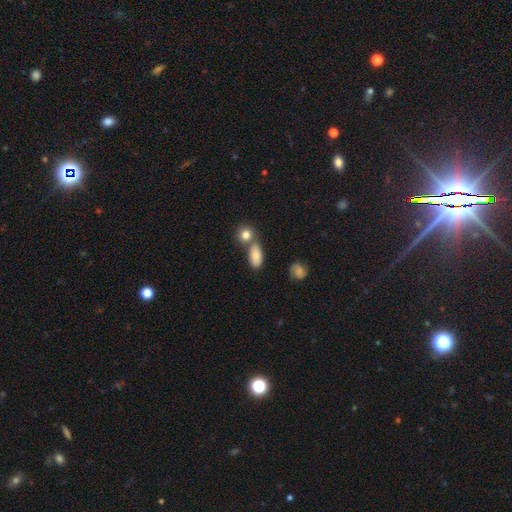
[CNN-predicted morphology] Smooth or featured? Predicted: smooth (p=0.81). How rounded? Predicted: in between (p=0.82). Merging? Predicted: none (p=0.54).